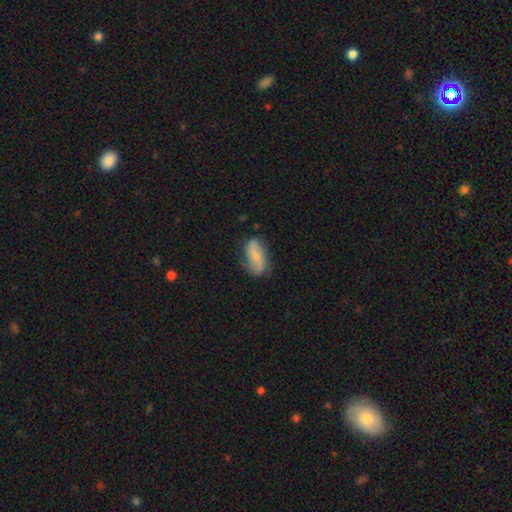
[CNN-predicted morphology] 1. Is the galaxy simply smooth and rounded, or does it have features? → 48% smooth, 44% featured or disk, 8% star or artifact.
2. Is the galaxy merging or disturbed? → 67% none, 24% minor disturbance, 7% major disturbance, 2% merger.